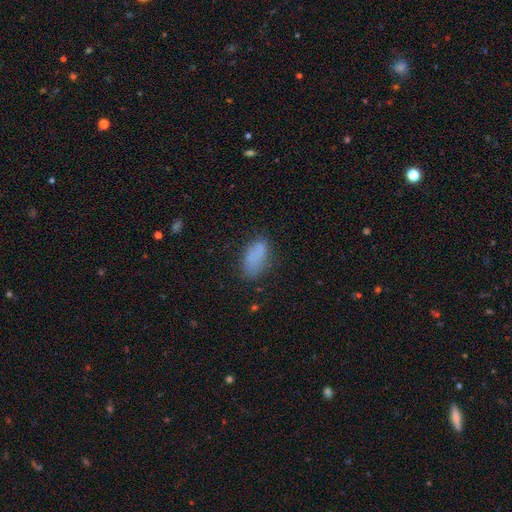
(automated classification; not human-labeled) This is likely a smooth galaxy (79%). How rounded: clearly in between (90%). Merging: likely none (65%).